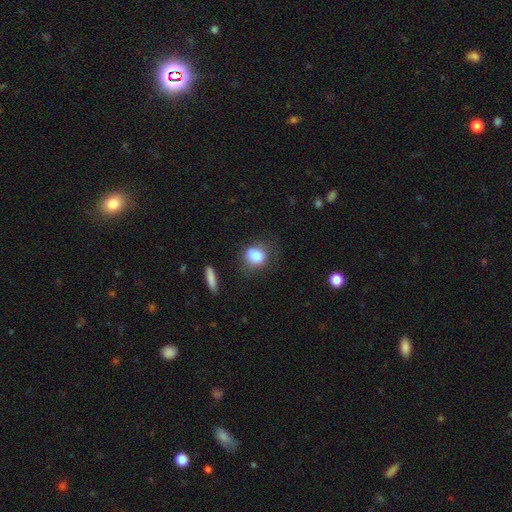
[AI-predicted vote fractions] Morphology: type=smooth (85%); roundness=round (60%); merging=none (65%).